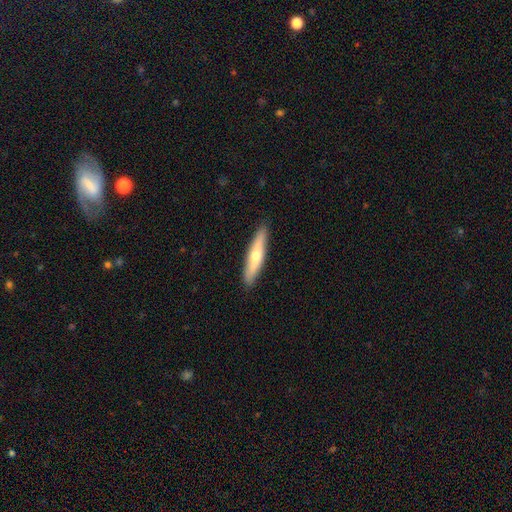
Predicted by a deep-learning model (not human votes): smooth_or_featured: smooth (p=0.56) [alt: featured or disk p=0.39]
how_rounded: cigar-shaped (p=0.85) [alt: in between p=0.13]
merging: none (p=0.90) [alt: minor disturbance p=0.08]